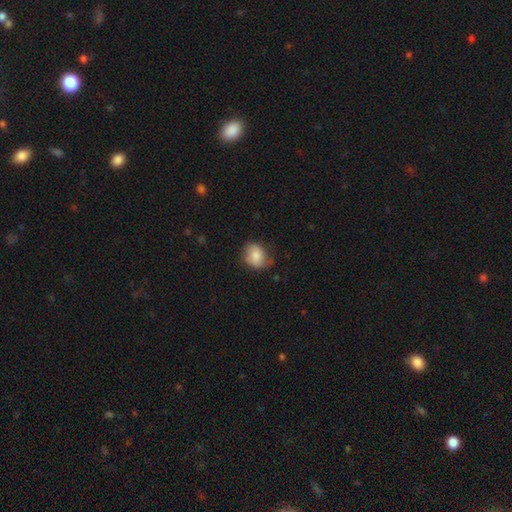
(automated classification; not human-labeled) Smooth or featured? smooth (78%)
How rounded? round (54%)
Merging? none (64%)